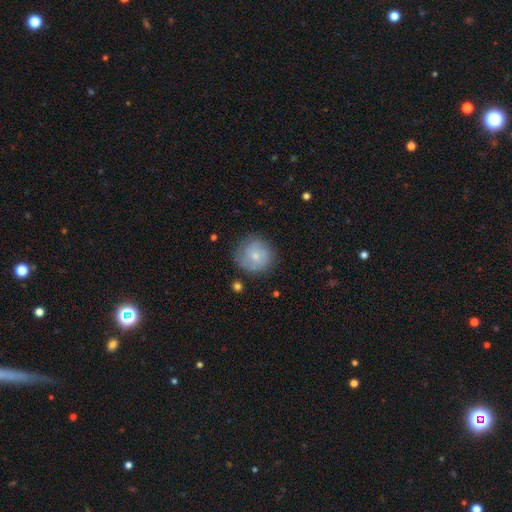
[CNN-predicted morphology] This appears to be a smooth galaxy with no disk features (67%) that is round (91%). Merging: none (75%).